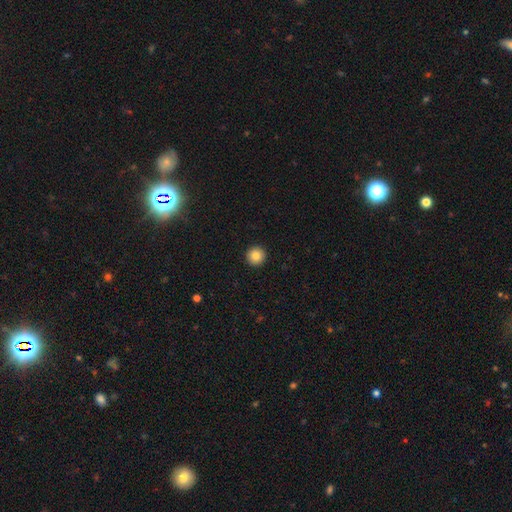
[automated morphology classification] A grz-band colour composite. It shows a smooth galaxy with no disk features (84%) that is round (96%). Merging: none (93%).